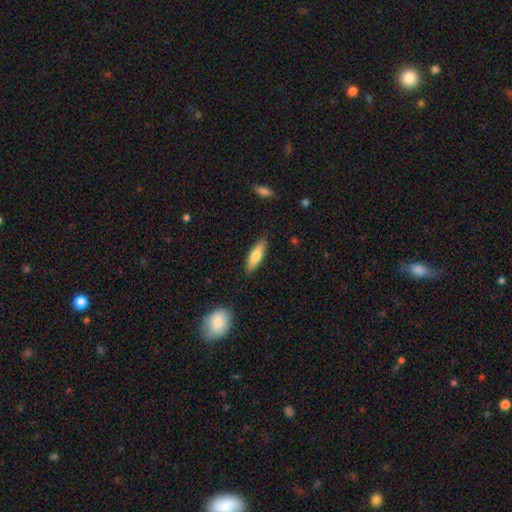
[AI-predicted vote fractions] smooth-or-featured: smooth: 71% | featured or disk: 24% | star or artifact: 6%
  how-rounded: in between: 51% | cigar-shaped: 47% | round: 2%
  merging: none: 86% | minor disturbance: 10% | major disturbance: 2% | merger: 1%